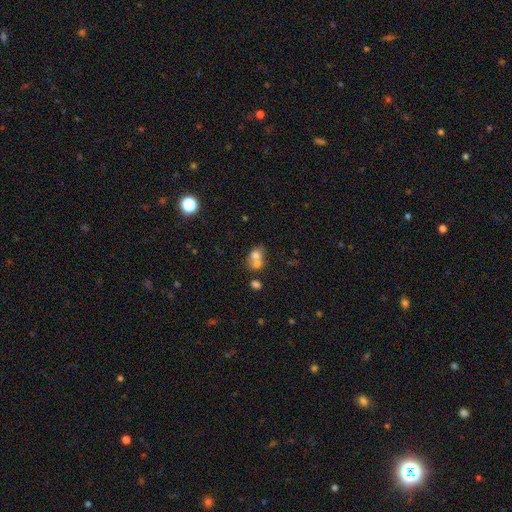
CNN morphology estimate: Overall: smooth (68%). How rounded: in between (50%; round 49%). Merging: merger (66%).